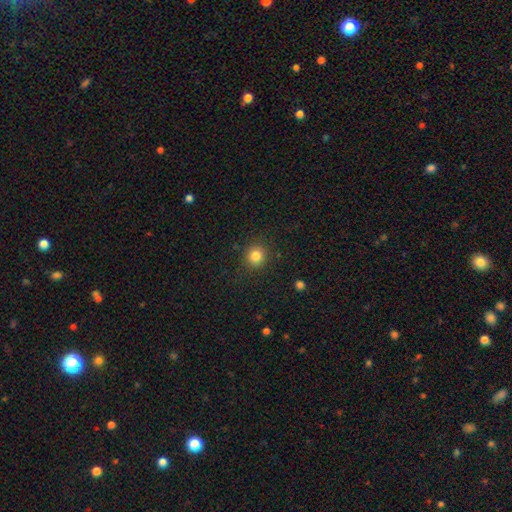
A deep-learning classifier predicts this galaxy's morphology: Smooth or featured? Predicted: smooth (p=0.83). How rounded? Predicted: round (p=0.91). Merging? Predicted: none (p=0.90).